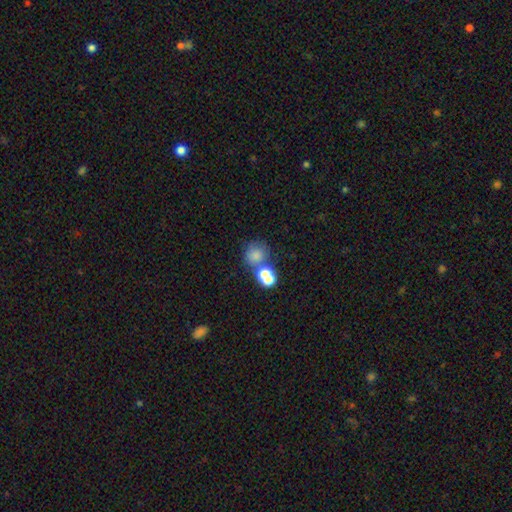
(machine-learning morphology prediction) A smooth galaxy with no disk features (73%) that is round (80%).

Vote fractions:
- Smooth or featured? smooth: 73% / star or artifact: 15% / featured or disk: 12%
- How rounded? round: 80% / in between: 19% / cigar-shaped: 1%
- Merging? none: 45% / merger: 41% / minor disturbance: 9% / major disturbance: 5%